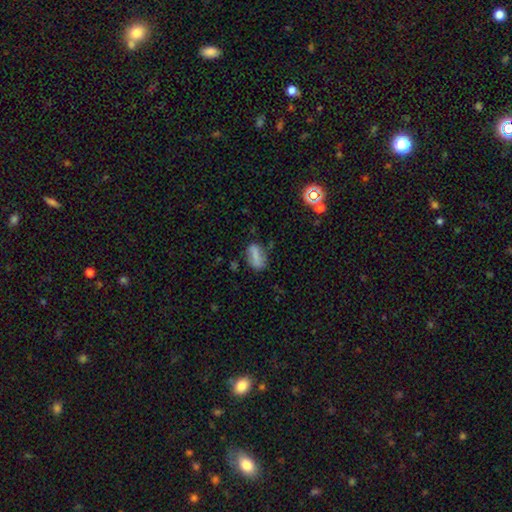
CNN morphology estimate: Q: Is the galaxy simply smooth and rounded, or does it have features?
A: smooth — 70%.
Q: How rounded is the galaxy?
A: in between — 83%.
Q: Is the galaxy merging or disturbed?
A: none — 59%.